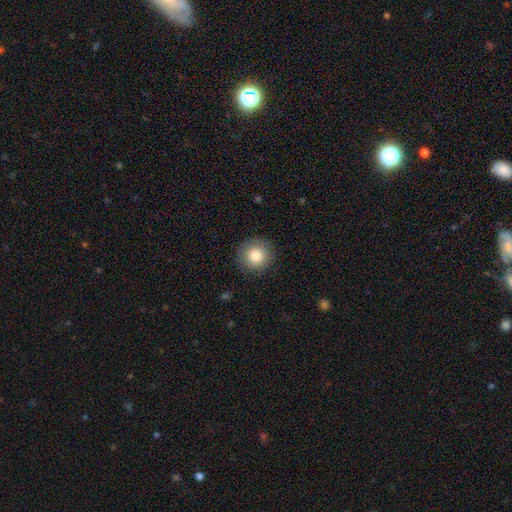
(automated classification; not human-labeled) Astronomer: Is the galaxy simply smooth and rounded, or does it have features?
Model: smooth — 85%.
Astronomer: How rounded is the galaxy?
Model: round — 94%.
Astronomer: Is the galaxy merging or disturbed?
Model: none — 89%.